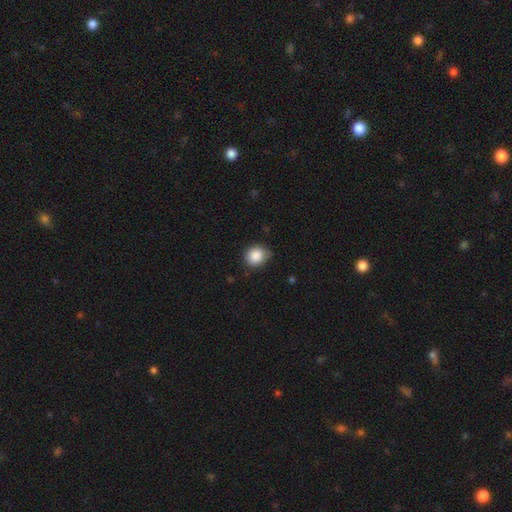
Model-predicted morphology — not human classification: A smooth galaxy with no disk features (87%) that is round (80%). Merging: none (72%).